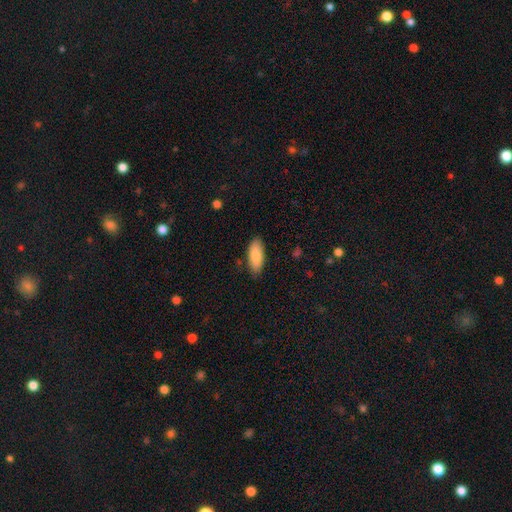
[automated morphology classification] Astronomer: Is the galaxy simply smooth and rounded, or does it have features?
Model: smooth — 86%.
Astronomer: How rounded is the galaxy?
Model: in between — 81%.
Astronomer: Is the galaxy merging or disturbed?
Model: none — 85%.